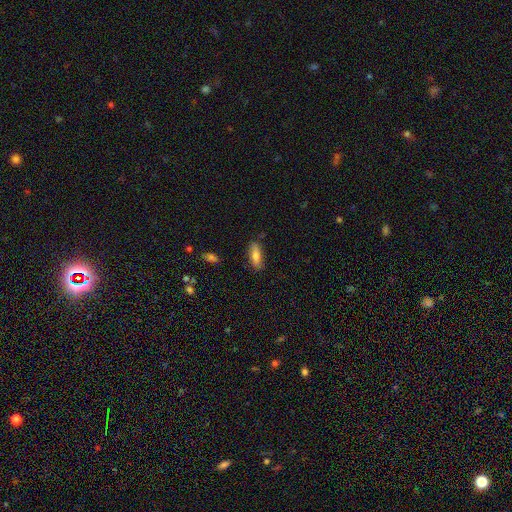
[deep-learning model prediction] A smooth galaxy with no disk features (74%) that is in between round and cigar-shaped (56%).

Vote fractions:
- Smooth or featured? smooth: 74% / featured or disk: 19% / star or artifact: 7%
- How rounded? in between: 56% / cigar-shaped: 41% / round: 2%
- Merging? none: 80% / minor disturbance: 15% / major disturbance: 3% / merger: 2%